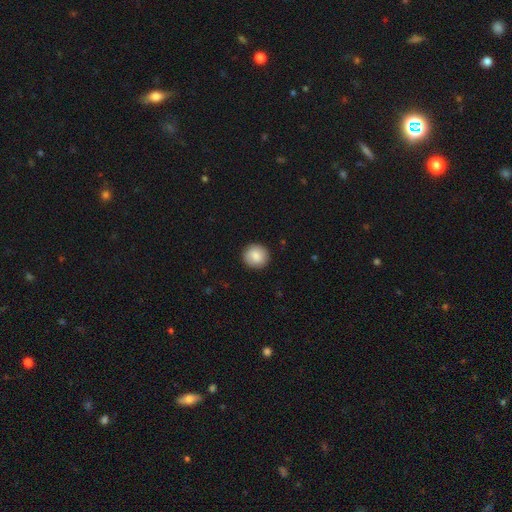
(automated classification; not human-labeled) This appears to be a smooth galaxy with no disk features (84%) that is round (94%). Merging: none (91%).